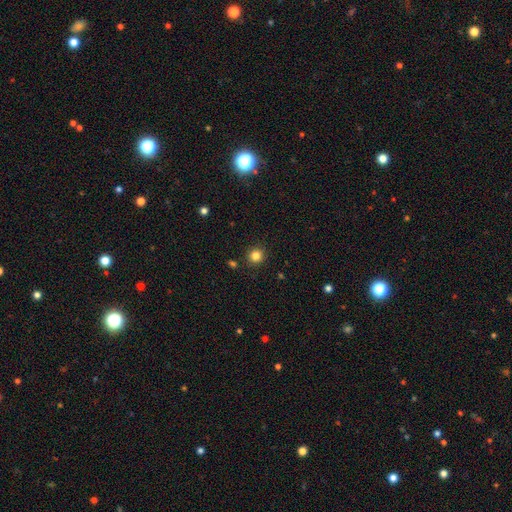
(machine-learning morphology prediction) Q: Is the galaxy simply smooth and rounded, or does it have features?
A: smooth — 84%.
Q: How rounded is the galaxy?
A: round — 93%.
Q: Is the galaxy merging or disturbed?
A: none — 90%.